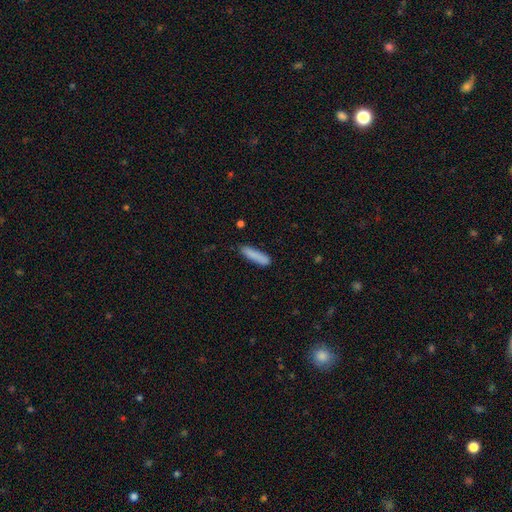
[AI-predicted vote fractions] Q: Smooth or featured?
A: smooth (85%); runner-up: featured or disk (8%)
Q: How rounded?
A: cigar-shaped (80%); runner-up: in between (18%)
Q: Merging?
A: none (79%); runner-up: minor disturbance (16%)